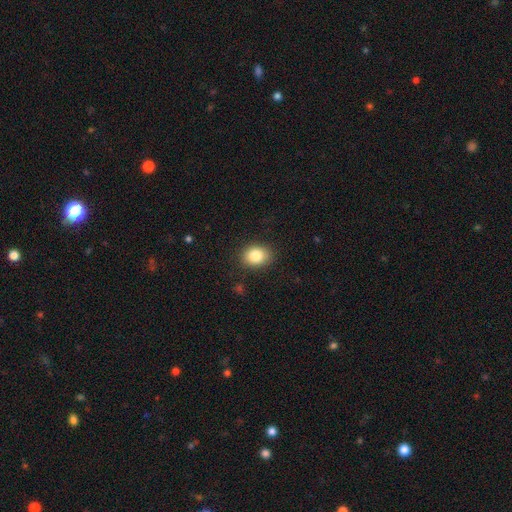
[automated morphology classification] A smooth galaxy with no disk features (84%) that is in between round and cigar-shaped (58%).

Vote fractions:
- Smooth or featured? smooth: 84% / star or artifact: 9% / featured or disk: 7%
- How rounded? in between: 58% / round: 41% / cigar-shaped: 1%
- Merging? none: 87% / minor disturbance: 9% / major disturbance: 3% / merger: 1%